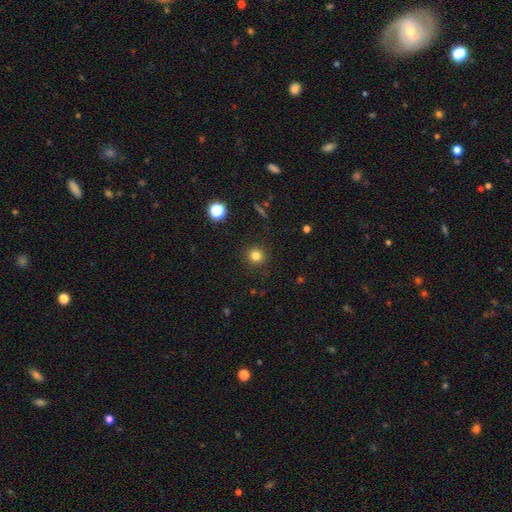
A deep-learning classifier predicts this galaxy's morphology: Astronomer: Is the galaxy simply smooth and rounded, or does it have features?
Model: smooth — 81%.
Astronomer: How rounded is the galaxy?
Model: round — 92%.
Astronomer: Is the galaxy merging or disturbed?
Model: none — 90%.